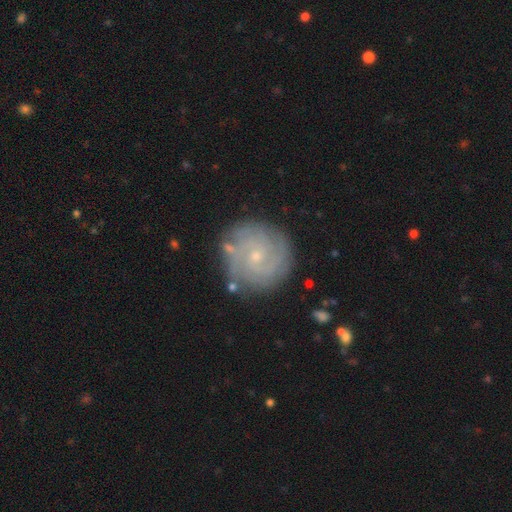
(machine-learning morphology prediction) This appears to be a featured or disk galaxy (73%) with no bar (72%), tight (72%) spiral arms (91%) and a small central bulge (77%). Merging: none (82%).